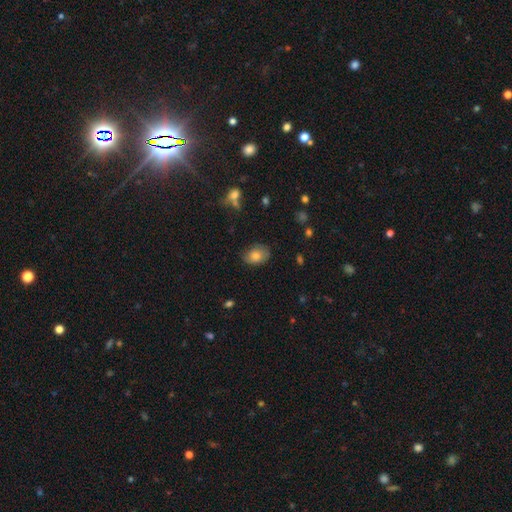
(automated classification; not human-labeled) smooth_or_featured: smooth (p=0.79) [alt: featured or disk p=0.12]
how_rounded: in between (p=0.68) [alt: round p=0.31]
merging: none (p=0.74) [alt: minor disturbance p=0.20]